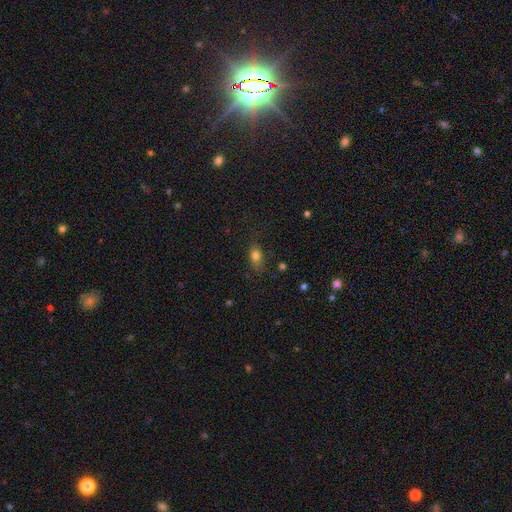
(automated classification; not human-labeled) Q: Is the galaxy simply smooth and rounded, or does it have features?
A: smooth — 77%.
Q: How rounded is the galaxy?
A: in between — 76%.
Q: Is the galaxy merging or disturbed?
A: none — 70%.